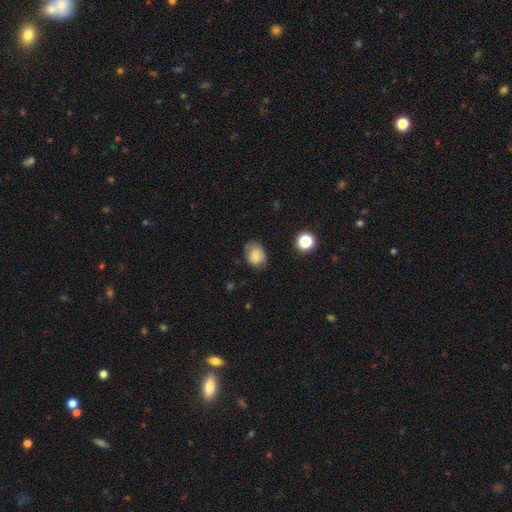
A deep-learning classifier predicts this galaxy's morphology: This is likely a smooth galaxy (73%). How rounded: possibly in between (53%). Merging: likely none (63%).